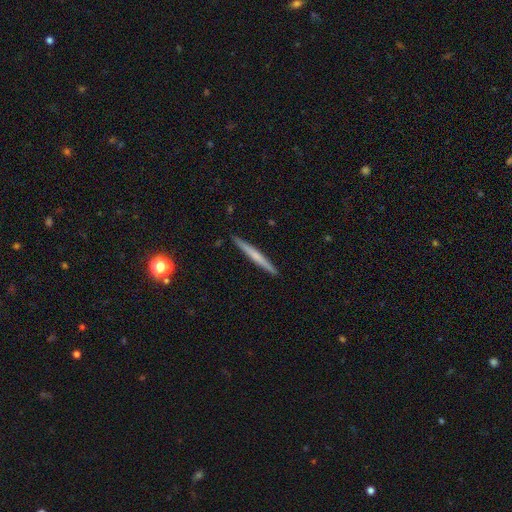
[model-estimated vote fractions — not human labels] Smooth or featured?
  - smooth: 50% *
  - featured or disk: 44%
  - star or artifact: 6%
How rounded?
  - cigar-shaped: 97% *
  - in between: 2%
  - round: 1%
Merging?
  - none: 92% *
  - minor disturbance: 6%
  - major disturbance: 1%
  - merger: 1%